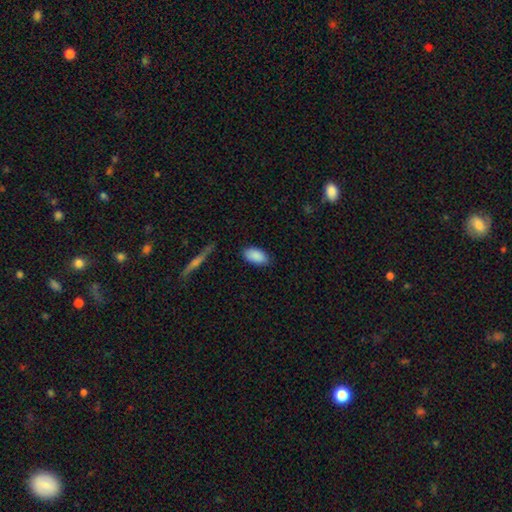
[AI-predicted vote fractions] Overall: smooth (89%). How rounded: in between (94%). Merging: none (84%).